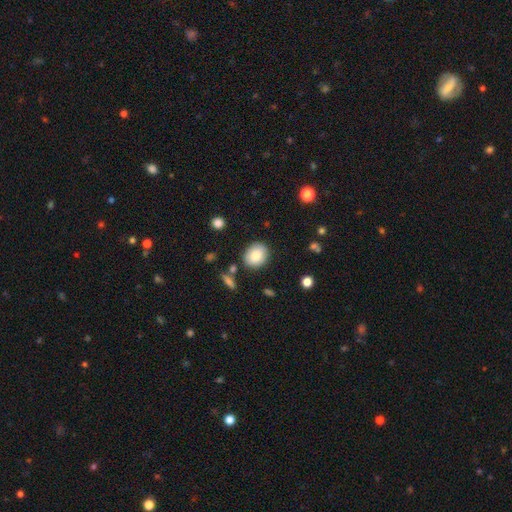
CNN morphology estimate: This is clearly a smooth galaxy (81%). How rounded: likely round (67%). Merging: clearly none (85%).